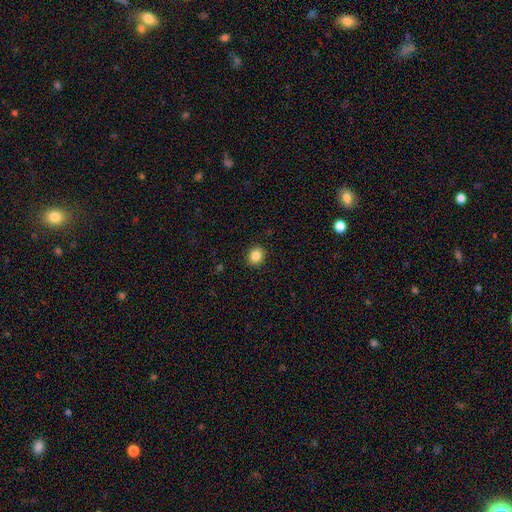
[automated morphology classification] Smooth or featured? Predicted: smooth (p=0.85). How rounded? Predicted: round (p=0.71). Merging? Predicted: none (p=0.90).